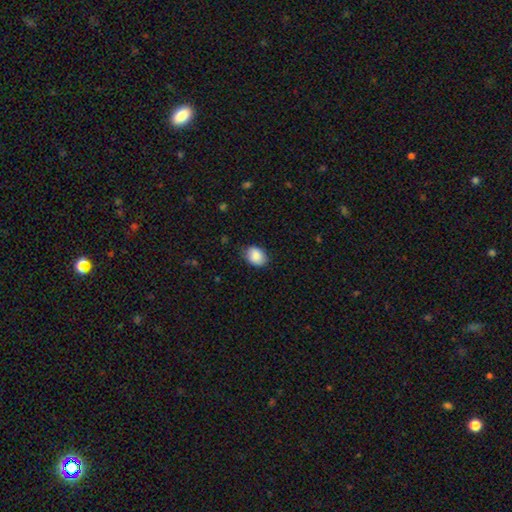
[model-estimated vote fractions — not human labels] A smooth galaxy with no disk features (87%) that is in between round and cigar-shaped (71%).

Vote fractions:
- Smooth or featured? smooth: 87% / star or artifact: 7% / featured or disk: 6%
- How rounded? in between: 71% / round: 28% / cigar-shaped: 1%
- Merging? none: 82% / minor disturbance: 15% / major disturbance: 3% / merger: 1%